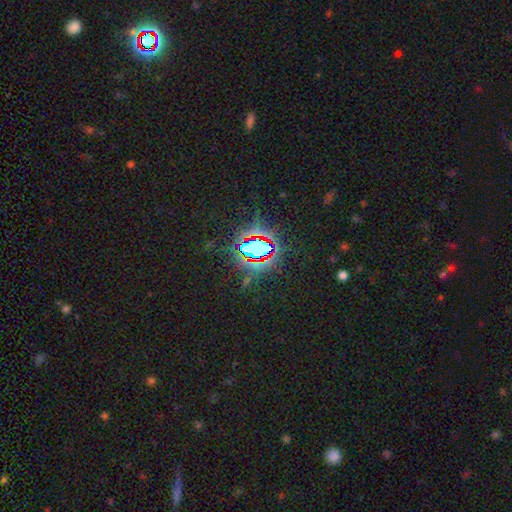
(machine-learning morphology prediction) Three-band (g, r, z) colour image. It shows a star or artifact, not a galaxy (81%).